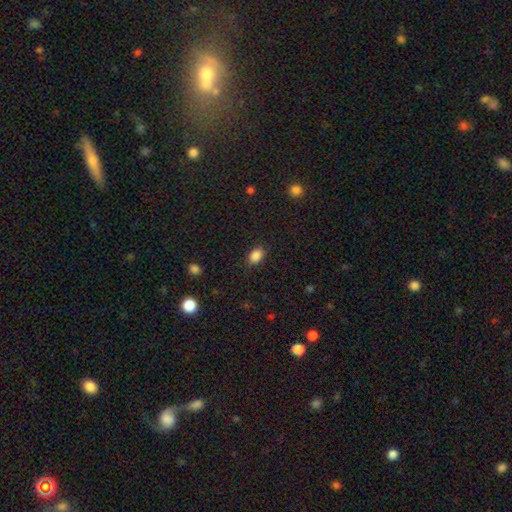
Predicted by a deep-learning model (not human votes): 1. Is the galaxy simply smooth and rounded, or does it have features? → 87% smooth, 9% star or artifact, 4% featured or disk.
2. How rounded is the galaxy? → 85% in between, 13% round, 1% cigar-shaped.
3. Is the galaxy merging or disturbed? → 87% none, 9% minor disturbance, 3% major disturbance, 1% merger.